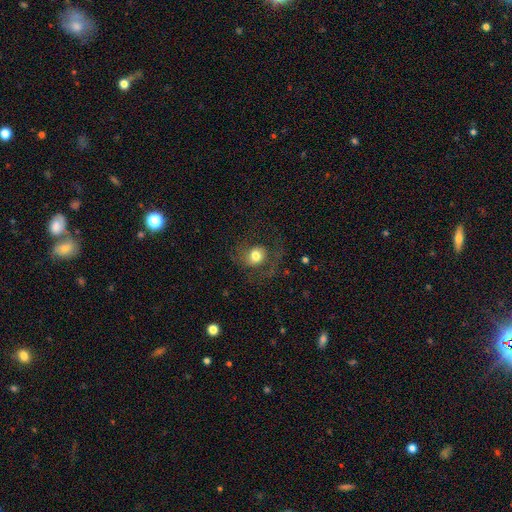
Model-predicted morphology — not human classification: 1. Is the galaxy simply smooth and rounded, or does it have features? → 57% smooth, 33% featured or disk, 10% star or artifact.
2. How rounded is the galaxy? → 70% round, 29% in between, 1% cigar-shaped.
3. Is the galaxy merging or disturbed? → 49% none, 31% major disturbance, 18% minor disturbance, 2% merger.